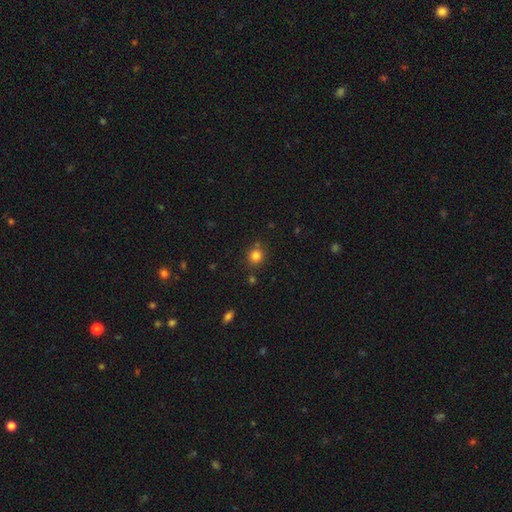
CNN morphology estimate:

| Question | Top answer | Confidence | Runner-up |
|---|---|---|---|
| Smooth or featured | smooth | 81% | star or artifact (13%) |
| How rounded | round | 87% | in between (12%) |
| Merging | none | 80% | minor disturbance (11%) |